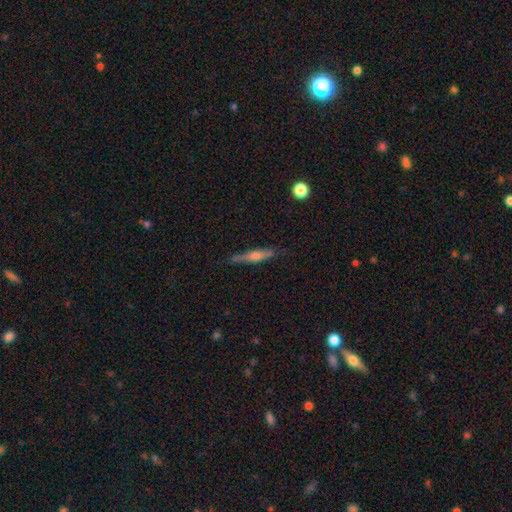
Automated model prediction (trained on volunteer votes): featured or disk 67%, smooth 26%, star or artifact 7%. Down the decision tree: edge-on disk — yes (96%); edge-on bulge — rounded (84%); merging — none (86%).